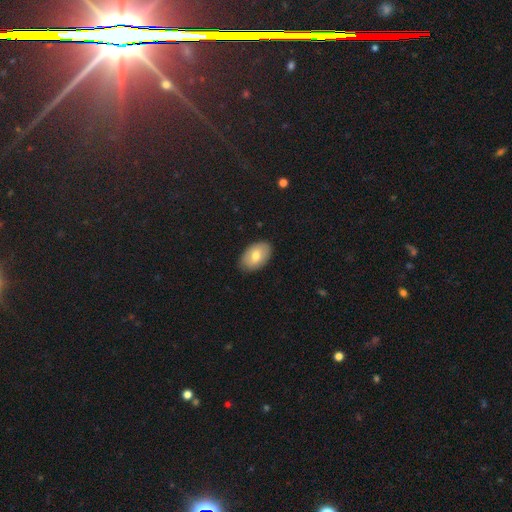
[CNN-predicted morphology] smooth-or-featured: smooth: 69% | featured or disk: 25% | star or artifact: 7%
  how-rounded: in between: 90% | round: 9% | cigar-shaped: 1%
  merging: none: 86% | minor disturbance: 11% | major disturbance: 2% | merger: 1%